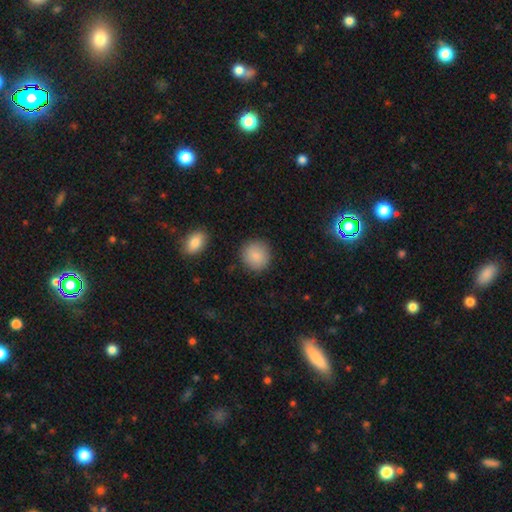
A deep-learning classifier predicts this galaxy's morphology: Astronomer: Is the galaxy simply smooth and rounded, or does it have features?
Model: smooth — 87%.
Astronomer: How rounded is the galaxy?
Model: round — 90%.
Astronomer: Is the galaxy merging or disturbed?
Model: none — 89%.